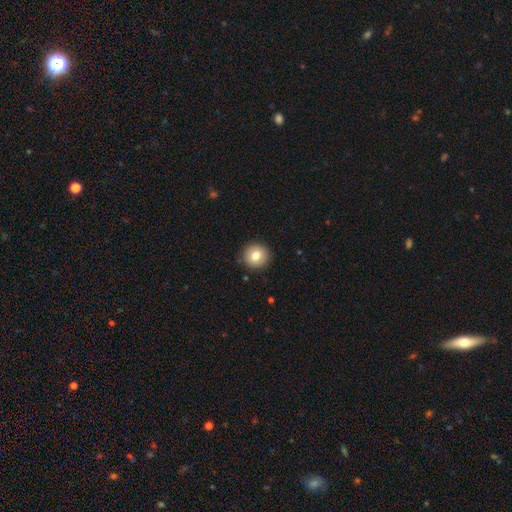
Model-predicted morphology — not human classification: Overall: smooth (79%). How rounded: round (93%). Merging: none (91%).